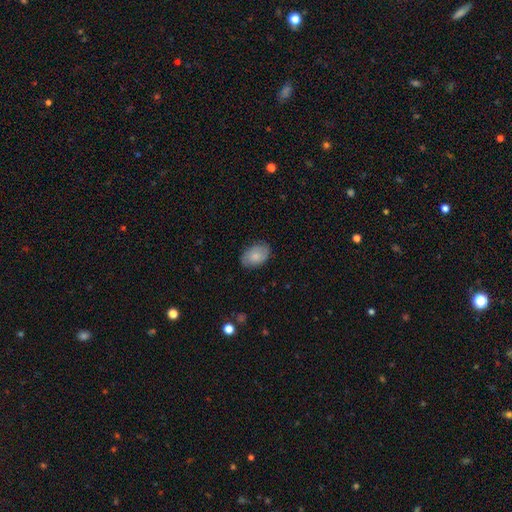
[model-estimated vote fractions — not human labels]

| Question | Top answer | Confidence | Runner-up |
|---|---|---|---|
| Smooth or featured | smooth | 69% | featured or disk (24%) |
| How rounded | in between | 88% | round (11%) |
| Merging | none | 80% | minor disturbance (15%) |